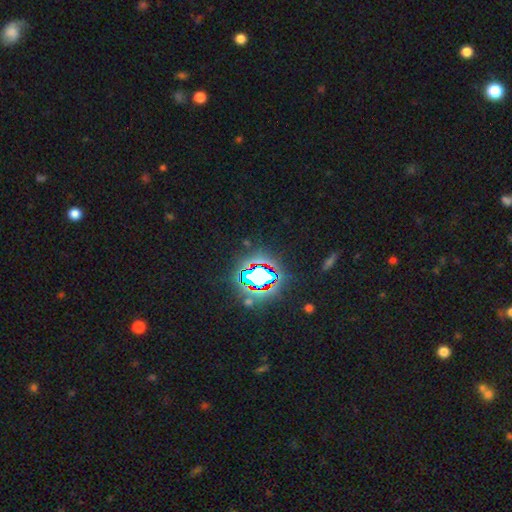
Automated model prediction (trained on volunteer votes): The model was most divided on "smooth or featured": star or artifact: 85%, smooth: 9%, featured or disk: 6%.